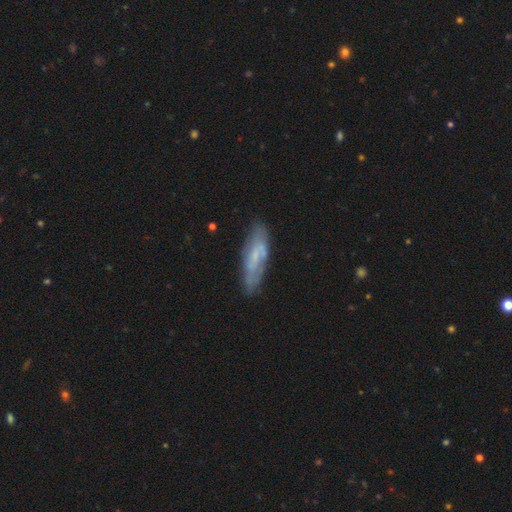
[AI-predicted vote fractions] The model was most divided on "smooth or featured": featured or disk: 49%, smooth: 44%, star or artifact: 7%. More confident: merging — none (72%).